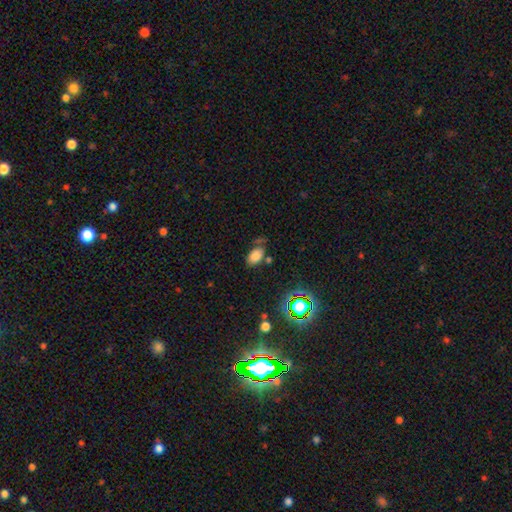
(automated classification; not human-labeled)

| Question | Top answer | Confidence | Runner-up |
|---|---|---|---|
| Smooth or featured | smooth | 77% | star or artifact (14%) |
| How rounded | in between | 92% | round (6%) |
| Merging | none | 61% | minor disturbance (22%) |